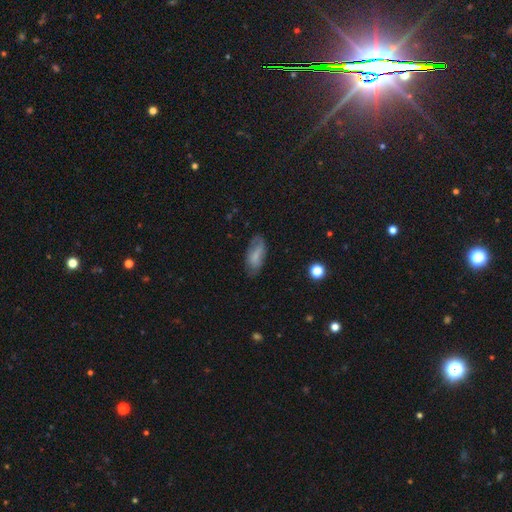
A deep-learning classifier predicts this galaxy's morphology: smooth_or_featured: smooth (p=0.66) [alt: featured or disk p=0.25]
how_rounded: in between (p=0.86) [alt: cigar-shaped p=0.11]
merging: none (p=0.62) [alt: minor disturbance p=0.26]